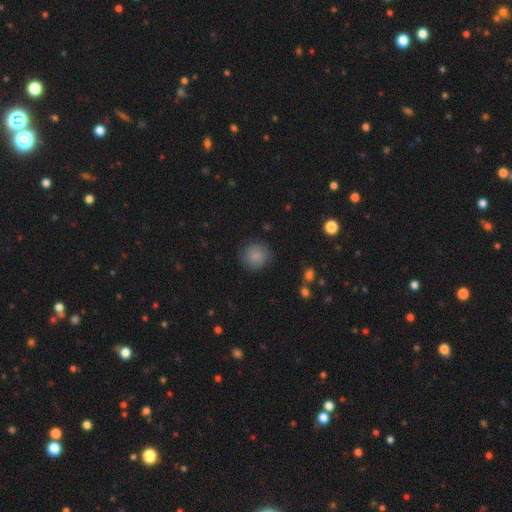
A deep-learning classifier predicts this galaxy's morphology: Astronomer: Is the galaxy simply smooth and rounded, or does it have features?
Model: smooth — 86%.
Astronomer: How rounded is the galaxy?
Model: round — 91%.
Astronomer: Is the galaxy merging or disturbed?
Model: none — 84%.